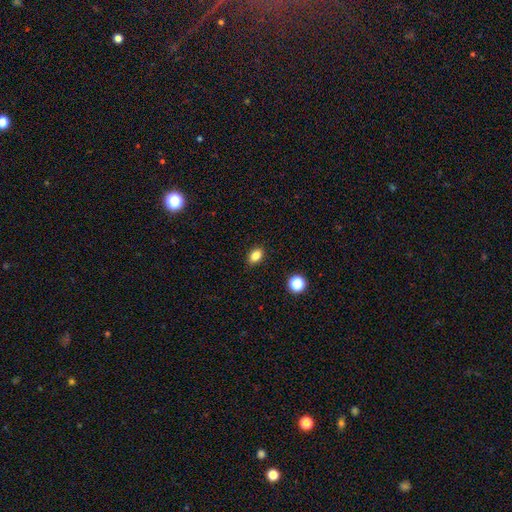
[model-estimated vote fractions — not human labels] Overall: smooth (85%). How rounded: in between (78%). Merging: none (89%).